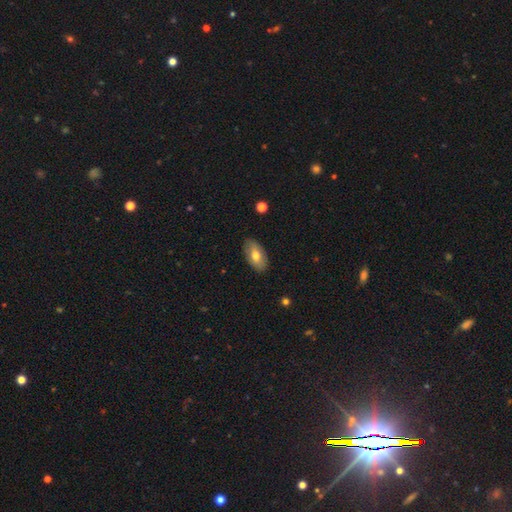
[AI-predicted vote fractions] Overall: smooth (69%). How rounded: in between (93%). Merging: none (87%).